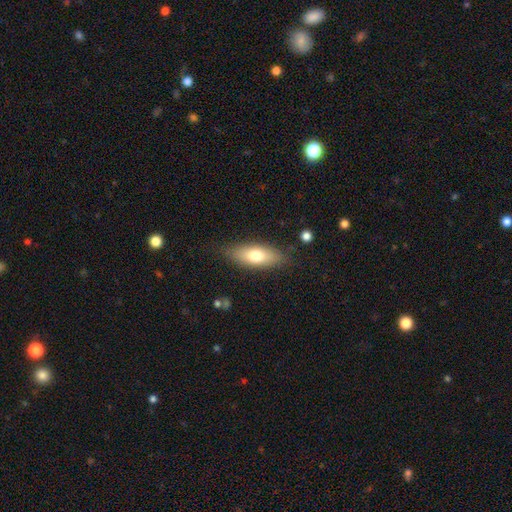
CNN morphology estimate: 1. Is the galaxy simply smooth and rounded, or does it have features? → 71% smooth, 22% featured or disk, 6% star or artifact.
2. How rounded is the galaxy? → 69% in between, 28% cigar-shaped, 3% round.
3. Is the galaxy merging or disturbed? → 82% none, 13% minor disturbance, 3% major disturbance, 2% merger.